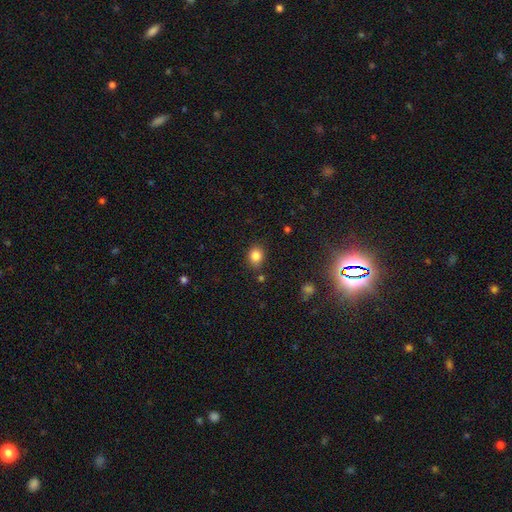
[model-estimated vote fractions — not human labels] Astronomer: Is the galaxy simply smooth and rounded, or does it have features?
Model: smooth — 83%.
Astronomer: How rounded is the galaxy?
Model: round — 62% (runner-up: in between, 37%).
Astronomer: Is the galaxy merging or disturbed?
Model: none — 78%.